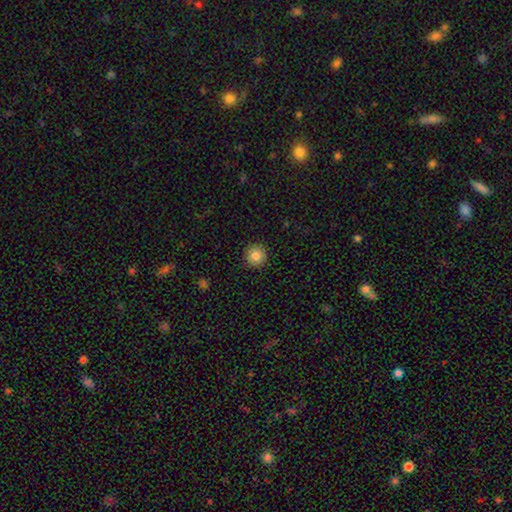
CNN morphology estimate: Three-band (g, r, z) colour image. It shows a smooth galaxy with no disk features (85%) that is round (95%). Merging: none (92%).